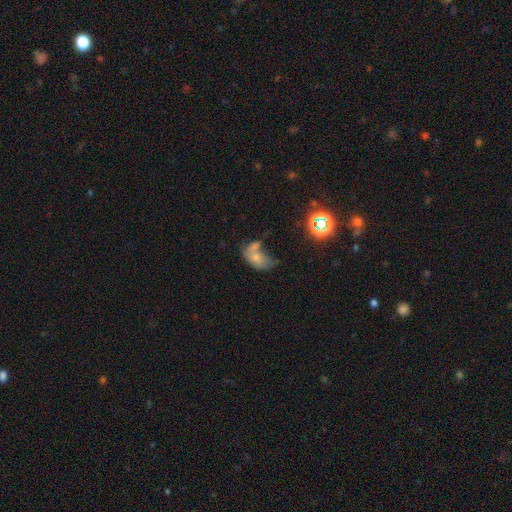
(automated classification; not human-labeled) smooth 62%, featured or disk 24%, star or artifact 14%. Down the decision tree: how rounded — in between (87%); merging — merger (49%).